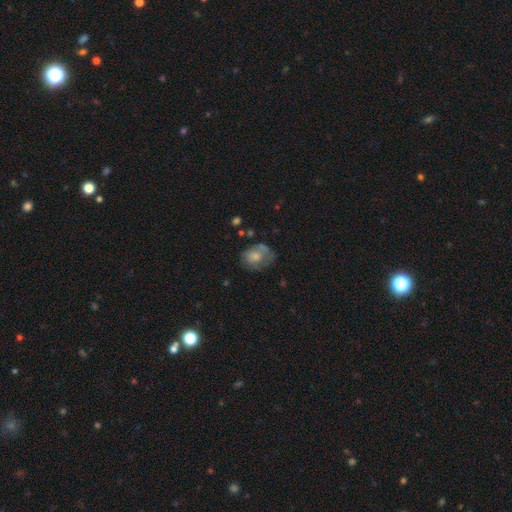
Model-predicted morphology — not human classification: A smooth galaxy with no disk features (60%) that is in between round and cigar-shaped (56%). Merging: none (45%).